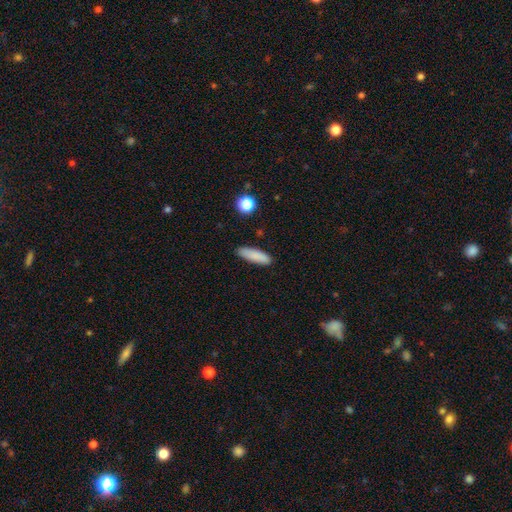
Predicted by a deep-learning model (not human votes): A smooth galaxy with no disk features (85%) that is cigar-shaped (55%). Merging: none (87%).